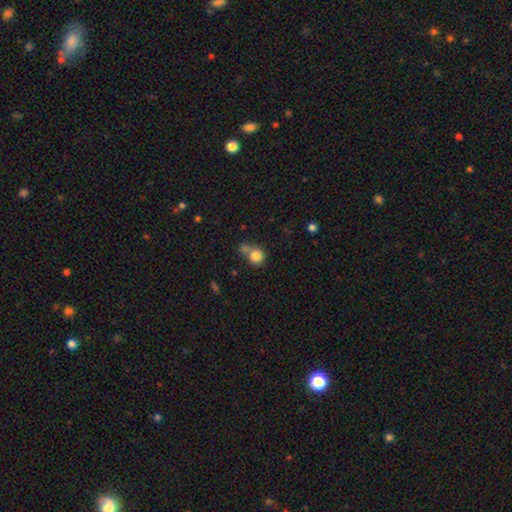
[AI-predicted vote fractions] smooth_or_featured: smooth (p=0.82) [alt: star or artifact p=0.10]
how_rounded: round (p=0.87) [alt: in between p=0.12]
merging: none (p=0.50) [alt: merger p=0.36]